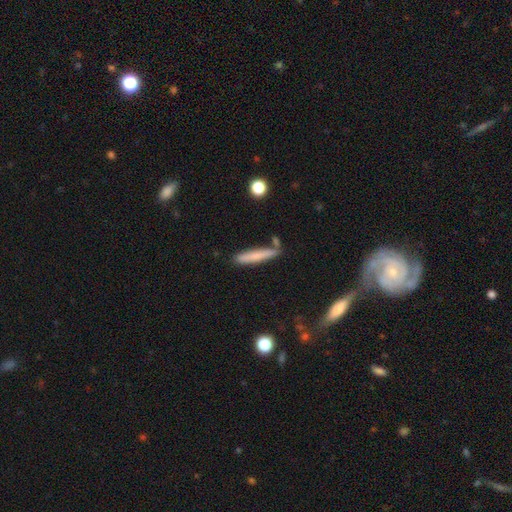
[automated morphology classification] smooth_or_featured: smooth (p=0.72) [alt: featured or disk p=0.21]
how_rounded: cigar-shaped (p=0.93) [alt: in between p=0.06]
merging: none (p=0.78) [alt: minor disturbance p=0.13]